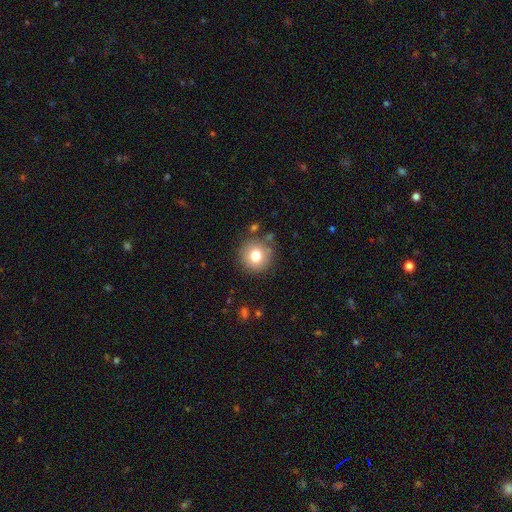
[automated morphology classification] Smooth or featured? Predicted: smooth (p=0.78). How rounded? Predicted: round (p=0.94). Merging? Predicted: none (p=0.85).